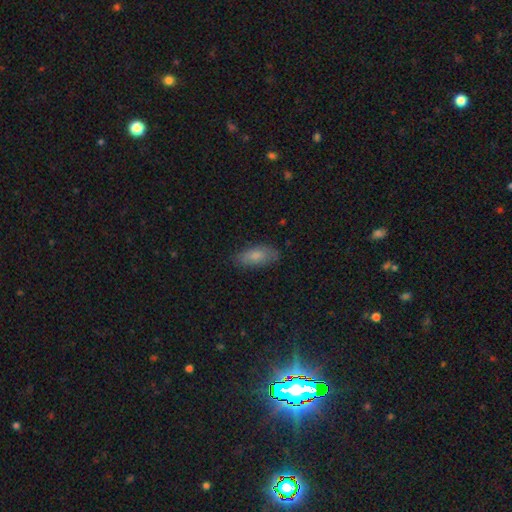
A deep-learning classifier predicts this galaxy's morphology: smooth 81%, featured or disk 12%, star or artifact 7%. Down the decision tree: how rounded — in between (85%); merging — none (79%).